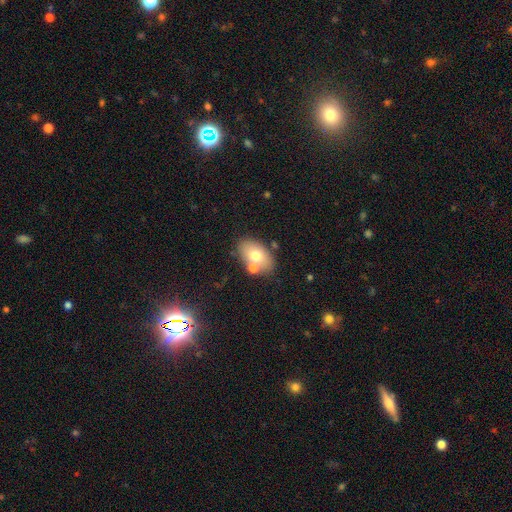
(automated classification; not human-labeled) Smooth or featured: smooth — 69% (featured or disk — 22%)
How rounded: in between — 88% (round — 11%)
Merging: none — 67% (merger — 16%)